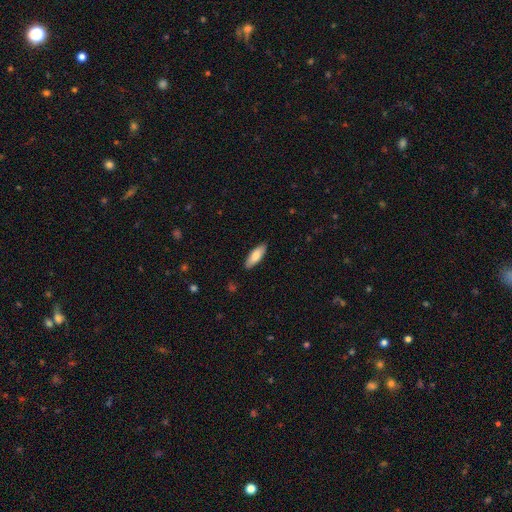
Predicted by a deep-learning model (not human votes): This is likely a smooth galaxy (79%). How rounded: likely in between (64%). Merging: clearly none (88%).